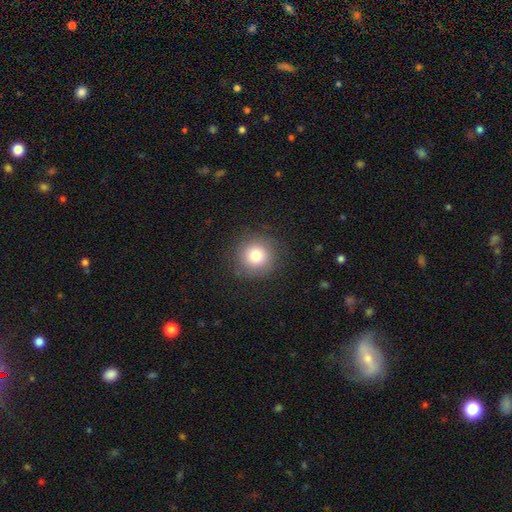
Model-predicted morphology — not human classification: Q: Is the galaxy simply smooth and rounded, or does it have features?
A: smooth — 80%.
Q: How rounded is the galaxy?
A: round — 93%.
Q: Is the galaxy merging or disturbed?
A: none — 87%.